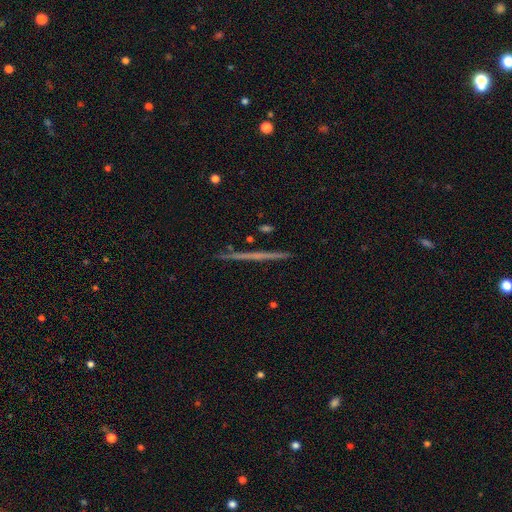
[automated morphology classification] Smooth or featured? Predicted: featured or disk (p=0.59). Edge-on disk? Predicted: yes (p=0.97). Edge-on bulge? Predicted: none (p=0.88). Merging? Predicted: none (p=0.91).